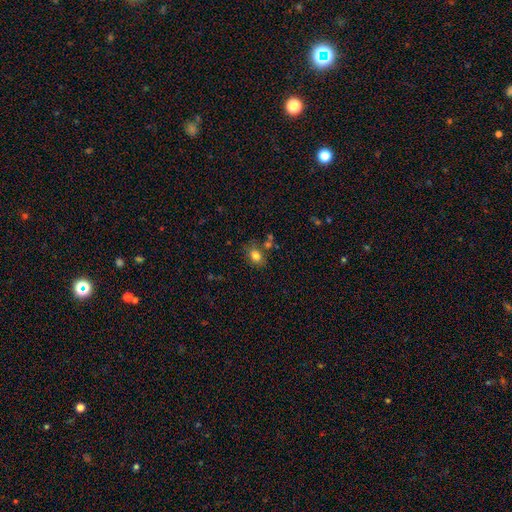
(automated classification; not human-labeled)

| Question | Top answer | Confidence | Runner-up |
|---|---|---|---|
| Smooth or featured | smooth | 80% | star or artifact (11%) |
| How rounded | in between | 67% | round (31%) |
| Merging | none | 70% | minor disturbance (16%) |